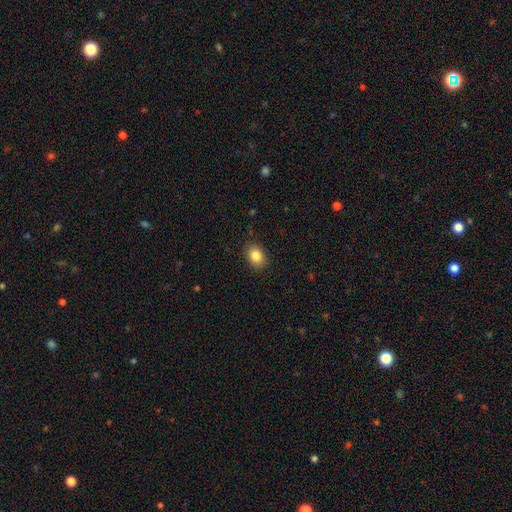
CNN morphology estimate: type=smooth (85%); roundness=in between (66%); merging=none (88%).